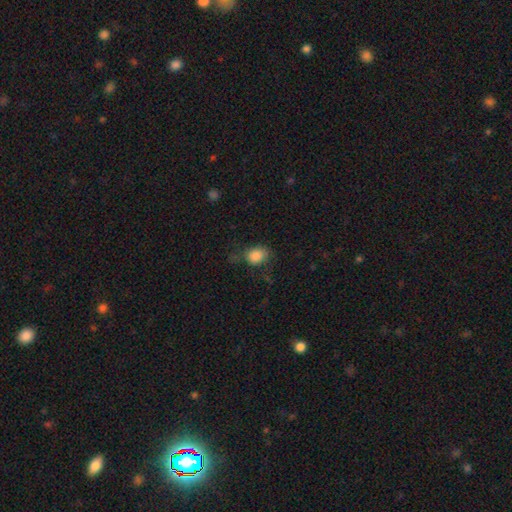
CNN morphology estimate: smooth-or-featured: smooth: 85% | star or artifact: 10% | featured or disk: 5%
  how-rounded: in between: 61% | round: 38% | cigar-shaped: 1%
  merging: none: 56% | minor disturbance: 28% | major disturbance: 14% | merger: 3%